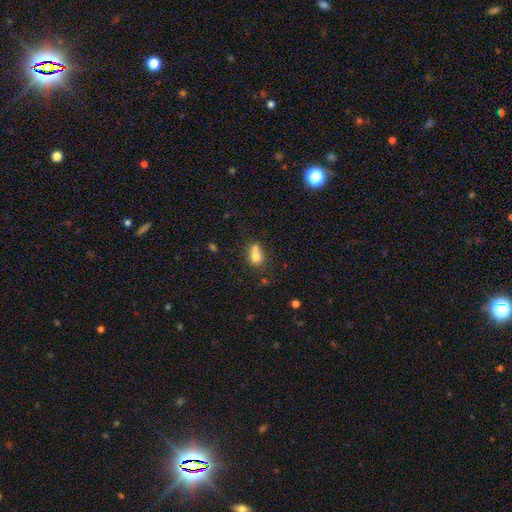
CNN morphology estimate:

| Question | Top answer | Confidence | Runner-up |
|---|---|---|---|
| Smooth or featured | smooth | 72% | featured or disk (16%) |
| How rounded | in between | 53% | round (45%) |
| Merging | merger | 47% | none (32%) |